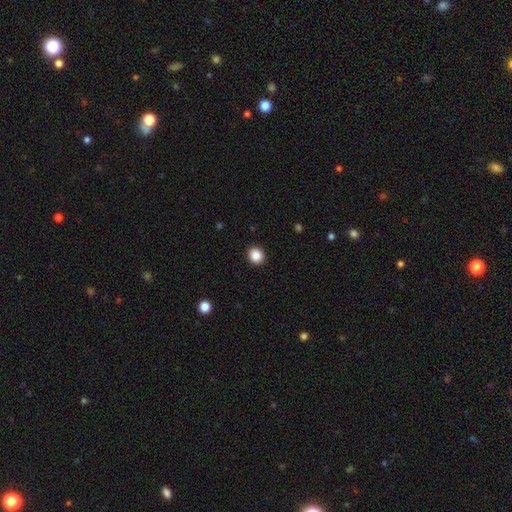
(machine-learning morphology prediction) This appears to be a smooth galaxy with no disk features (88%) that is round (81%). Merging: none (92%).